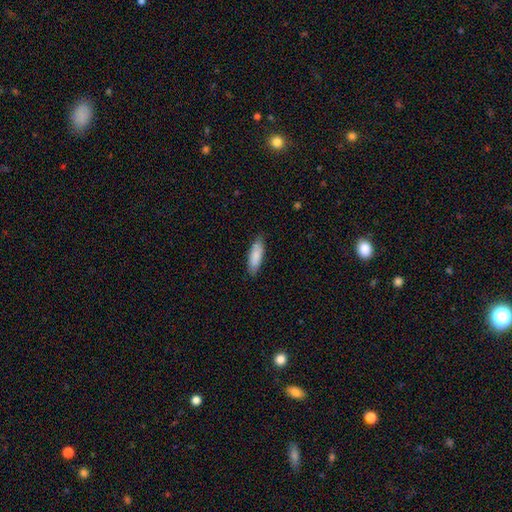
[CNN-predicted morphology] Smooth or featured? Predicted: smooth (p=0.86). How rounded? Predicted: in between (p=0.56). Merging? Predicted: none (p=0.85).